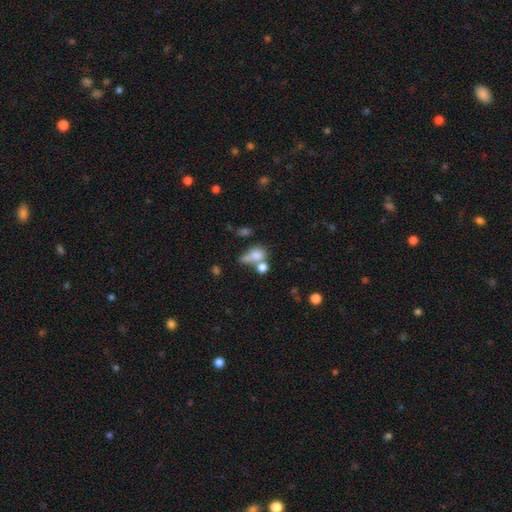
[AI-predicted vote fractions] Smooth or featured? Predicted: smooth (p=0.74). How rounded? Predicted: in between (p=0.59). Merging? Predicted: merger (p=0.47).